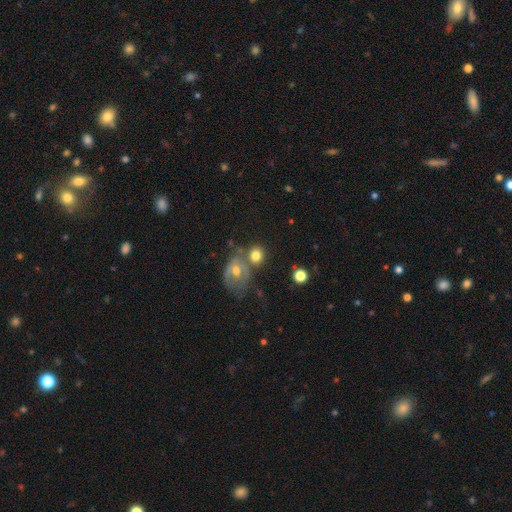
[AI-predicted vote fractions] smooth 72%, featured or disk 18%, star or artifact 10%. Down the decision tree: how rounded — round (72%); merging — none (50%).